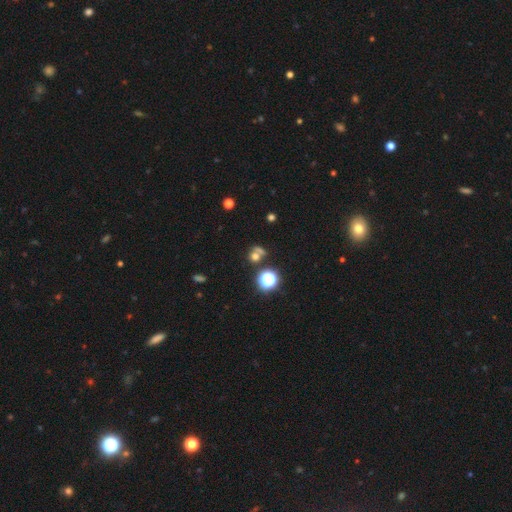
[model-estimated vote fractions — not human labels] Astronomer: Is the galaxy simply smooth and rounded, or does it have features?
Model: smooth — 59%.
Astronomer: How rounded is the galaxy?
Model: round — 82%.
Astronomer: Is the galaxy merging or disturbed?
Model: none — 49% (runner-up: merger, 33%).